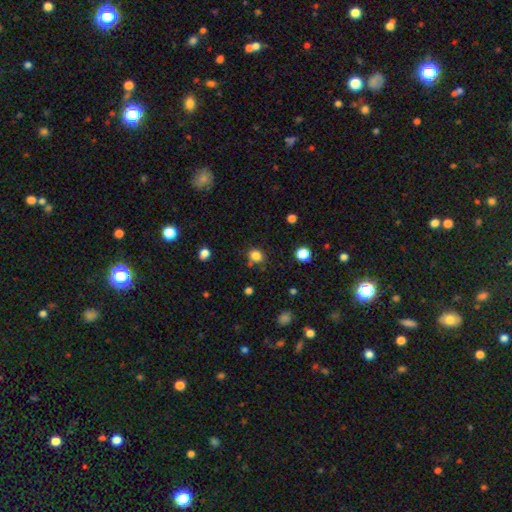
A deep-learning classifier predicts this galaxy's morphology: Overall: smooth (82%). How rounded: round (71%). Merging: none (77%).